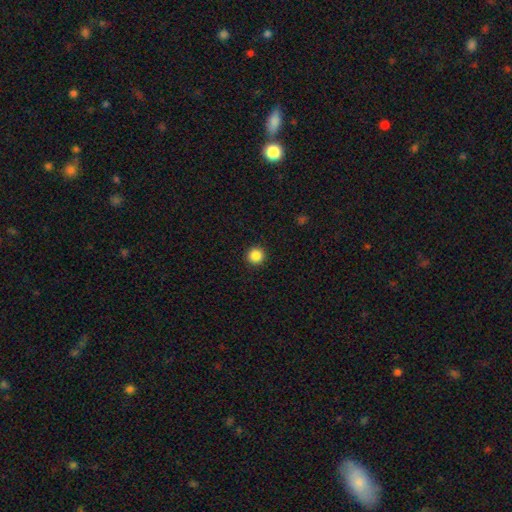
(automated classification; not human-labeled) A smooth galaxy with no disk features (87%) that is round (96%).

Vote fractions:
- Smooth or featured? smooth: 87% / star or artifact: 10% / featured or disk: 3%
- How rounded? round: 96% / in between: 3% / cigar-shaped: 1%
- Merging? none: 93% / minor disturbance: 4% / major disturbance: 2% / merger: 1%